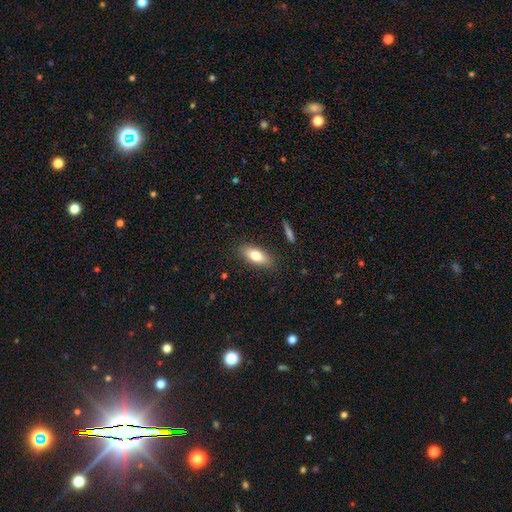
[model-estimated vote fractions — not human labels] Smooth or featured? Predicted: smooth (p=0.76). How rounded? Predicted: in between (p=0.78). Merging? Predicted: none (p=0.86).